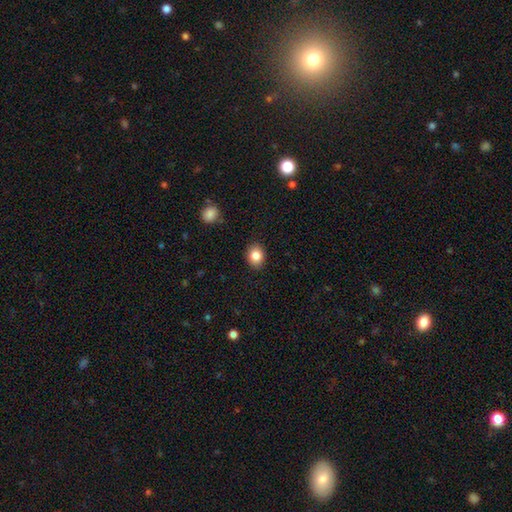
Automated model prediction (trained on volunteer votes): A smooth galaxy with no disk features (85%) that is round (52%).

Vote fractions:
- Smooth or featured? smooth: 85% / star or artifact: 9% / featured or disk: 6%
- How rounded? round: 52% / in between: 48% / cigar-shaped: 1%
- Merging? none: 88% / minor disturbance: 9% / major disturbance: 2% / merger: 1%